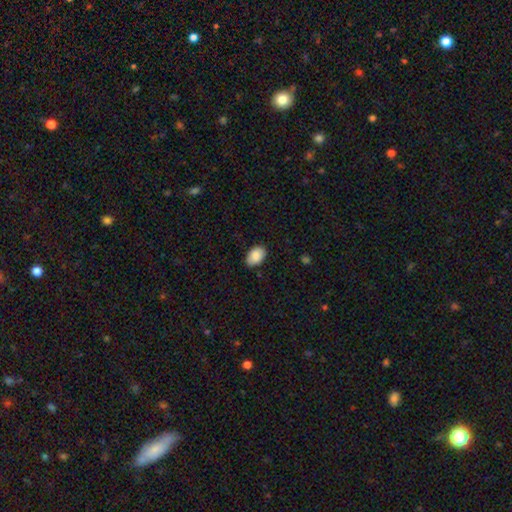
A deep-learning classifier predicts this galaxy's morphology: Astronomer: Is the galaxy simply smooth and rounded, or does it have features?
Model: smooth — 89%.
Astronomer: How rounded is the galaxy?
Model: in between — 89%.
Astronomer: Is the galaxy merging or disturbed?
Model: none — 82%.